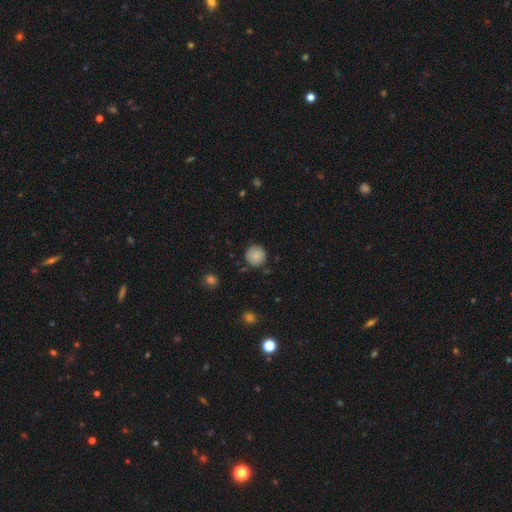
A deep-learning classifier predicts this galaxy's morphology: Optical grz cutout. It shows a smooth galaxy with no disk features (85%) that is round (95%). Merging: none (86%).